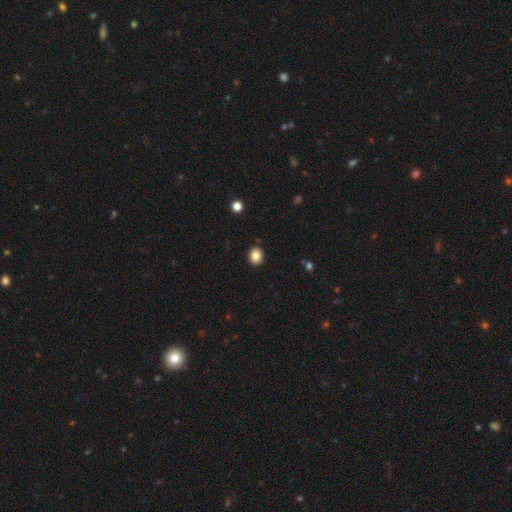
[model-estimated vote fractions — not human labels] smooth-or-featured: smooth: 84% | star or artifact: 10% | featured or disk: 6%
  how-rounded: round: 66% | in between: 33% | cigar-shaped: 1%
  merging: none: 89% | minor disturbance: 7% | major disturbance: 2% | merger: 2%